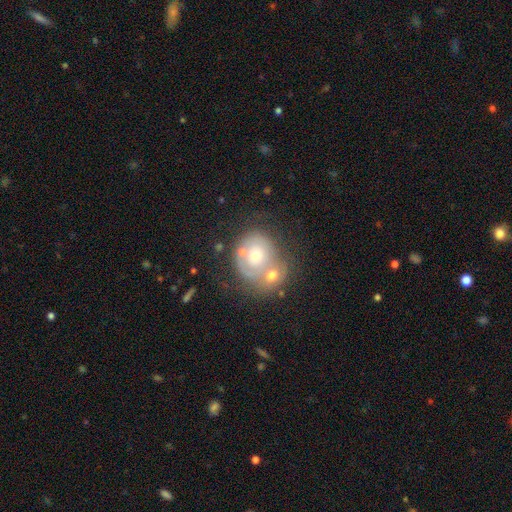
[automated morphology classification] Smooth or featured?
  - featured or disk: 54% *
  - smooth: 37%
  - star or artifact: 9%
Edge-on disk?
  - no: 97% *
  - yes: 3%
Bar?
  - no: 88% *
  - weak: 9%
  - strong: 2%
Spiral arms?
  - no: 57% *
  - yes: 43%
Bulge size?
  - moderate: 52% *
  - small: 42%
  - large: 3%
  - none: 2%
  - dominant: 1%
Merging?
  - merger: 52% *
  - none: 27%
  - minor disturbance: 12%
  - major disturbance: 9%